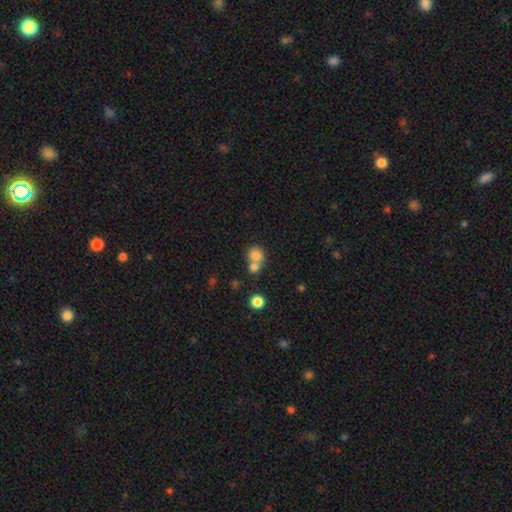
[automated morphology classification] smooth 78%, star or artifact 11%, featured or disk 11%. Down the decision tree: how rounded — round (73%); merging — merger (54%).